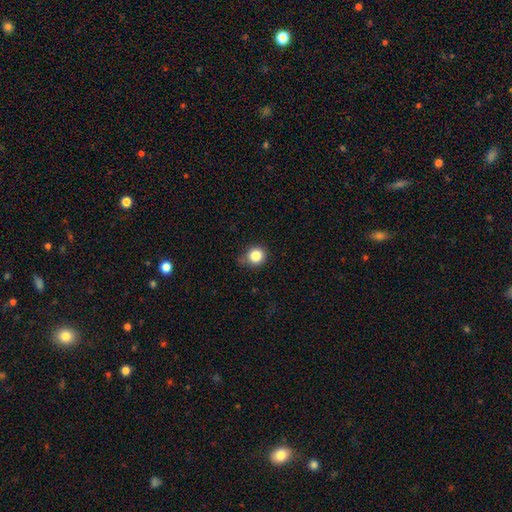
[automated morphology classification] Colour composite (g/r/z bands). It shows a smooth galaxy with no disk features (84%) that is round (88%). Merging: none (66%).